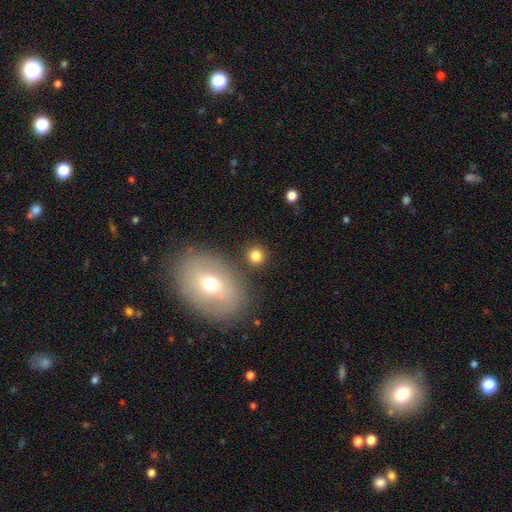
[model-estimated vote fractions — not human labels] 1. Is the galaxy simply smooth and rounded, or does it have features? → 80% smooth, 11% star or artifact, 8% featured or disk.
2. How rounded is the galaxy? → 87% round, 12% in between, 1% cigar-shaped.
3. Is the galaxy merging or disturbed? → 83% none, 8% minor disturbance, 7% merger, 3% major disturbance.